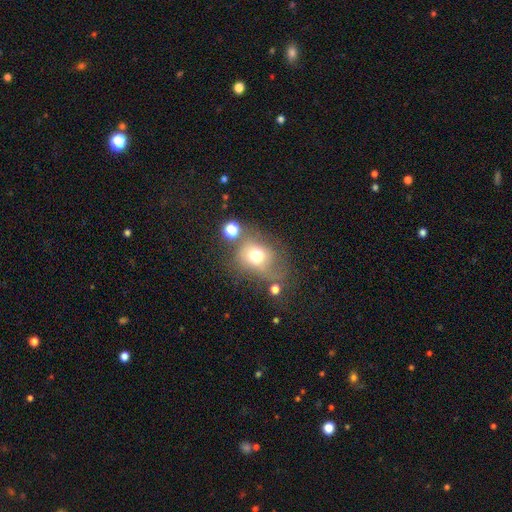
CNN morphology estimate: Overall: smooth (63%). How rounded: round (62%; in between 37%). Merging: none (41%; major disturbance 22%).